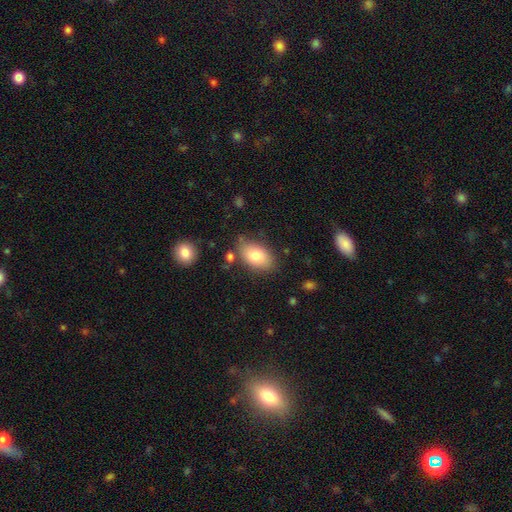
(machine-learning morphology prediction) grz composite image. It shows a smooth galaxy with no disk features (79%) that is in between round and cigar-shaped (91%). Merging: none (77%).